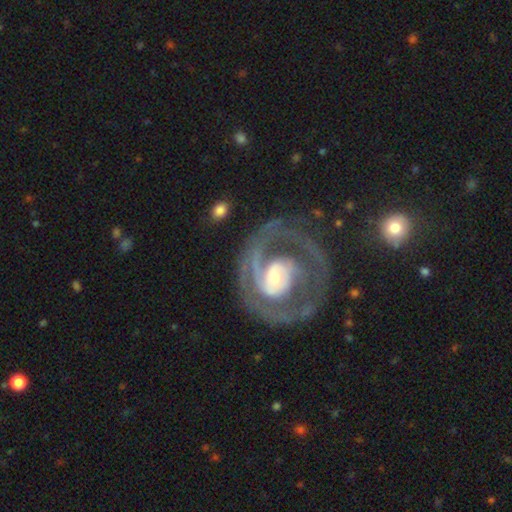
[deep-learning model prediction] Q: Smooth or featured?
A: featured or disk (79%); runner-up: smooth (14%)
Q: Edge-on disk?
A: no (96%); runner-up: yes (4%)
Q: Bar?
A: no (55%); runner-up: weak (29%)
Q: Spiral arms?
A: yes (64%); runner-up: no (36%)
Q: Bulge size?
A: moderate (51%); runner-up: large (26%)
Q: Merging?
A: none (67%); runner-up: minor disturbance (17%)